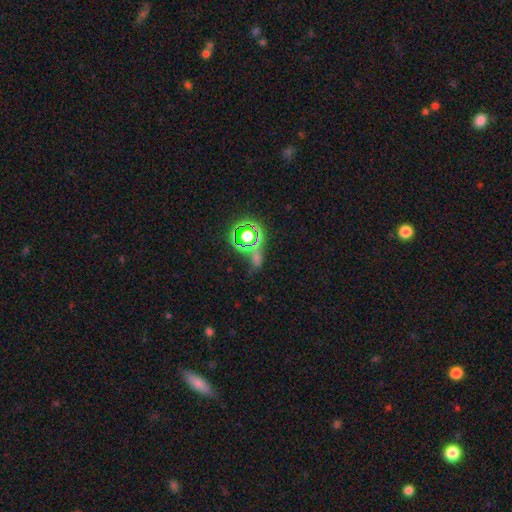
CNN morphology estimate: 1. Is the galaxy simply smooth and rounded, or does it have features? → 67% star or artifact, 24% smooth, 9% featured or disk.